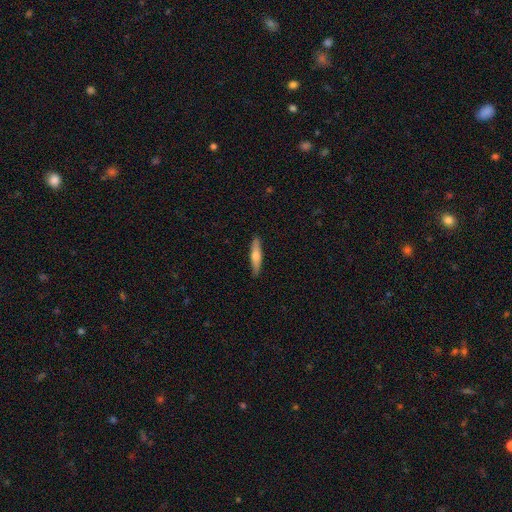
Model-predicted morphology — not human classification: This appears to be a smooth galaxy with no disk features (55%) that is cigar-shaped (83%). Merging: none (90%).